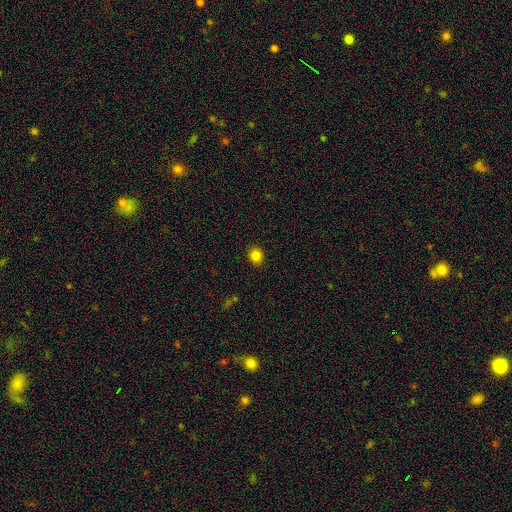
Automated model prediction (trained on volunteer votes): The model was most divided on "how rounded": round: 65%, in between: 34%, cigar-shaped: 1%. More confident: merging — none (90%); smooth or featured — smooth (83%).